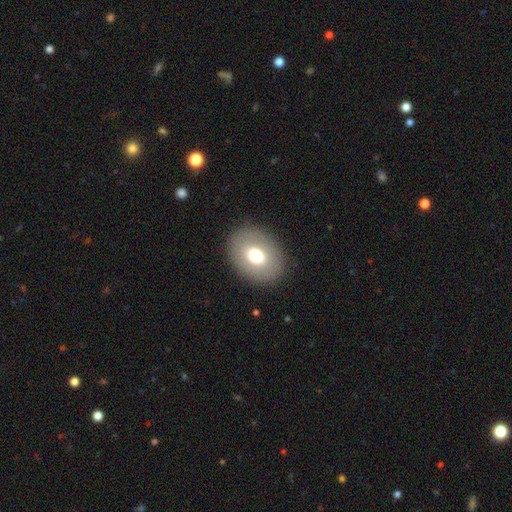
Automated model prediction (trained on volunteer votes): A smooth galaxy with no disk features (70%) that is in between round and cigar-shaped (63%). Merging: none (88%).